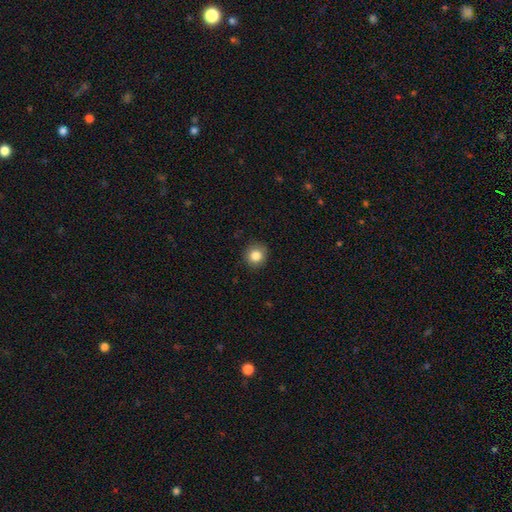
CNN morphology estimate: Smooth or featured?
  - smooth: 84% *
  - star or artifact: 10%
  - featured or disk: 6%
How rounded?
  - round: 91% *
  - in between: 8%
  - cigar-shaped: 1%
Merging?
  - none: 90% *
  - minor disturbance: 7%
  - major disturbance: 2%
  - merger: 1%